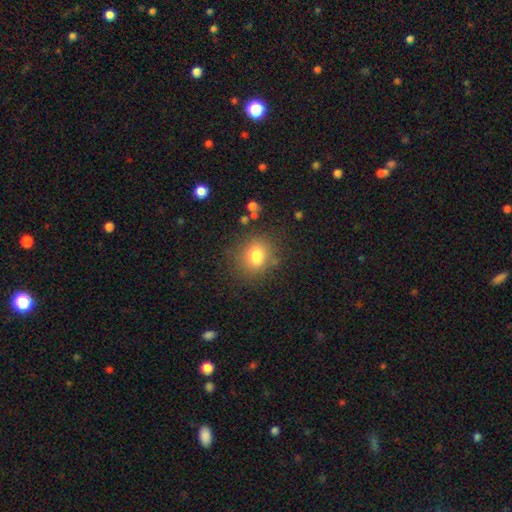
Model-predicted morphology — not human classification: Smooth or featured?
  - smooth: 79% *
  - star or artifact: 12%
  - featured or disk: 9%
How rounded?
  - round: 73% *
  - in between: 26%
  - cigar-shaped: 1%
Merging?
  - none: 80% *
  - minor disturbance: 12%
  - major disturbance: 5%
  - merger: 3%